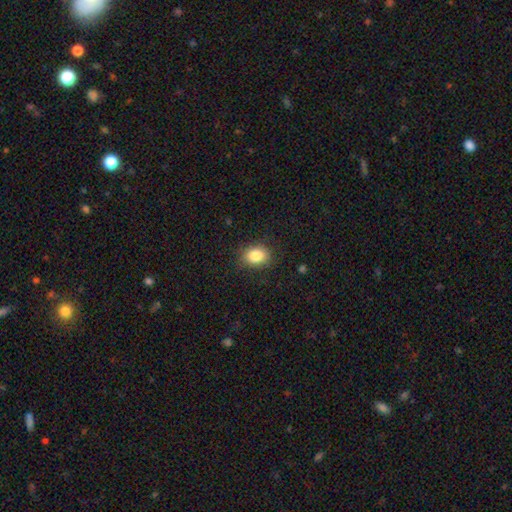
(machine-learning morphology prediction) The model was most divided on "how rounded": in between: 63%, round: 36%, cigar-shaped: 1%. More confident: smooth or featured — smooth (85%); merging — none (85%).